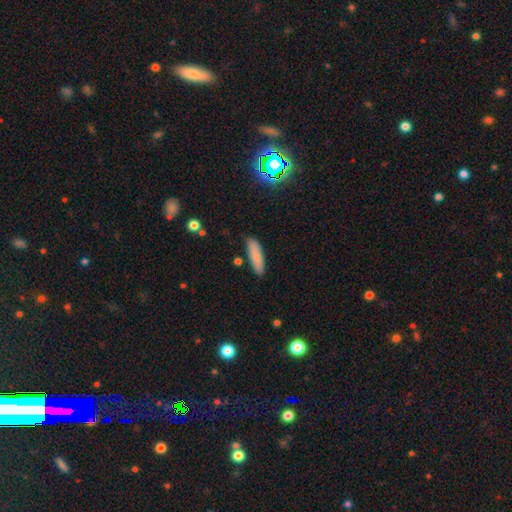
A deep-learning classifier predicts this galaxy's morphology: type=smooth (82%); roundness=cigar-shaped (61%); merging=none (82%).